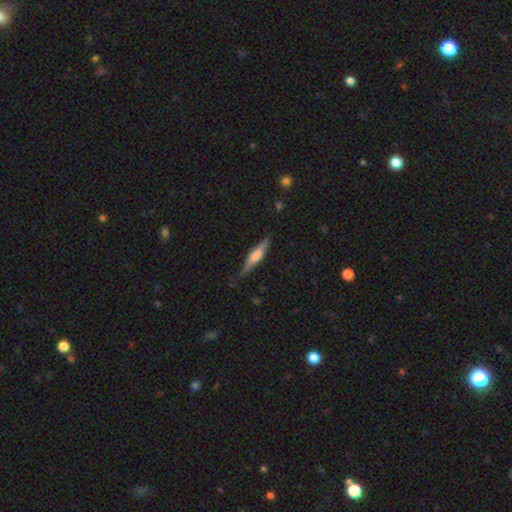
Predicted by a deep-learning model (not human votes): featured or disk 52%, smooth 42%, star or artifact 6%. Down the decision tree: edge-on disk — yes (95%); merging — none (81%).